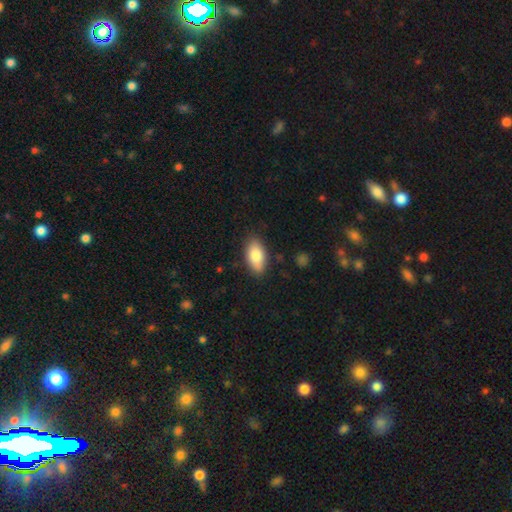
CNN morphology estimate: Q: Smooth or featured?
A: smooth (82%); runner-up: featured or disk (12%)
Q: How rounded?
A: in between (92%); runner-up: cigar-shaped (5%)
Q: Merging?
A: none (84%); runner-up: minor disturbance (12%)